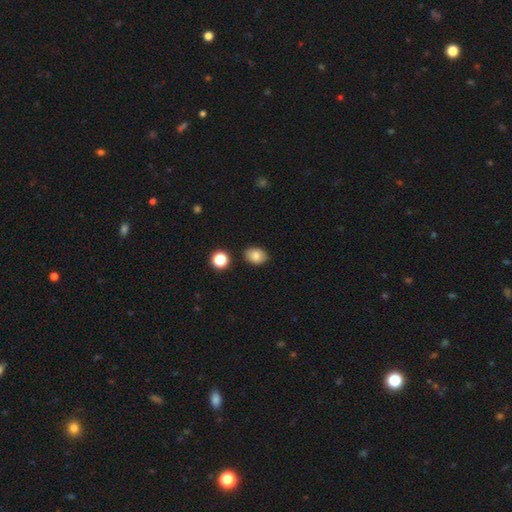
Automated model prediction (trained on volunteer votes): Smooth or featured: smooth — 84% (star or artifact — 9%)
How rounded: in between — 72% (round — 27%)
Merging: none — 85% (minor disturbance — 10%)